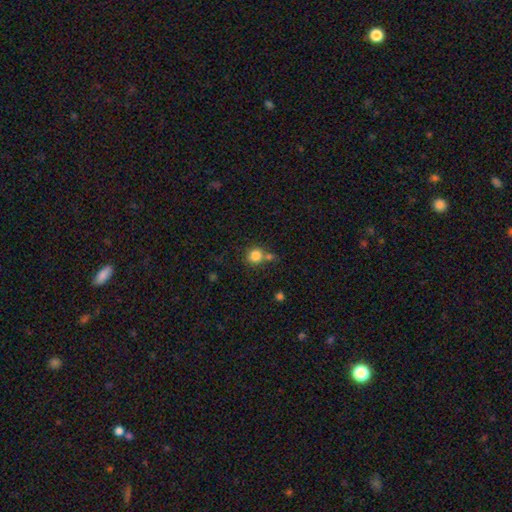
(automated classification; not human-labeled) Smooth or featured? Predicted: smooth (p=0.83). How rounded? Predicted: round (p=0.89). Merging? Predicted: none (p=0.60).